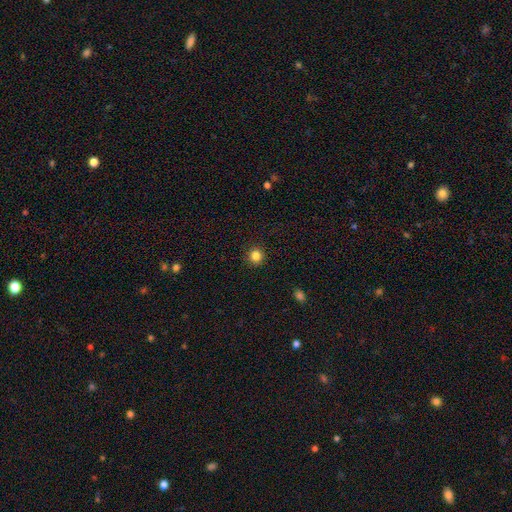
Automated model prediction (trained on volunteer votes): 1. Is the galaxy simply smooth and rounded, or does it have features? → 84% smooth, 12% star or artifact, 5% featured or disk.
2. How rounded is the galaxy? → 92% round, 7% in between, 1% cigar-shaped.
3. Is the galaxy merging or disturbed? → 92% none, 5% minor disturbance, 2% major disturbance, 1% merger.